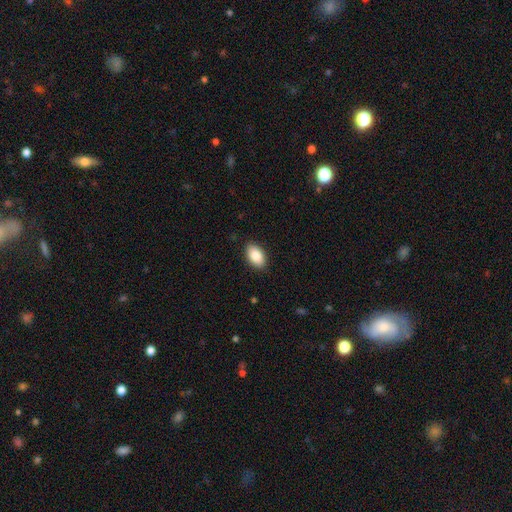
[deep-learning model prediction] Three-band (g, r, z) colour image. It shows a smooth galaxy with no disk features (88%) that is in between round and cigar-shaped (93%). Merging: none (88%).